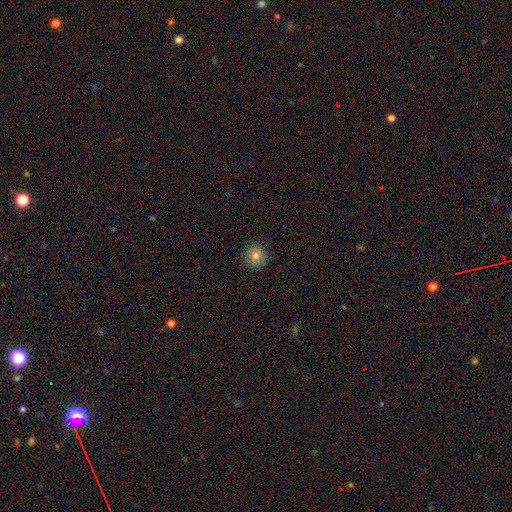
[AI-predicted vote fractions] smooth 77%, star or artifact 12%, featured or disk 11%. Down the decision tree: how rounded — round (92%); merging — none (89%).